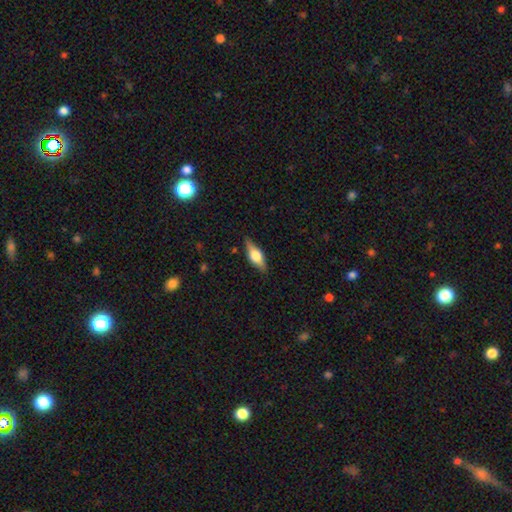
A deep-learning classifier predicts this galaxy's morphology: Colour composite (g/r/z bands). It shows a featured or disk galaxy (51%) viewed edge-on (92%). Merging: none (84%).